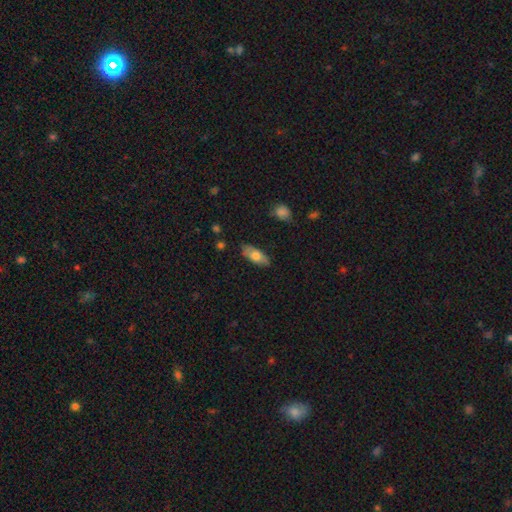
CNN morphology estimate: A smooth galaxy with no disk features (70%) that is in between round and cigar-shaped (84%).

Vote fractions:
- Smooth or featured? smooth: 70% / featured or disk: 24% / star or artifact: 6%
- How rounded? in between: 84% / cigar-shaped: 13% / round: 3%
- Merging? none: 83% / minor disturbance: 13% / major disturbance: 2% / merger: 1%